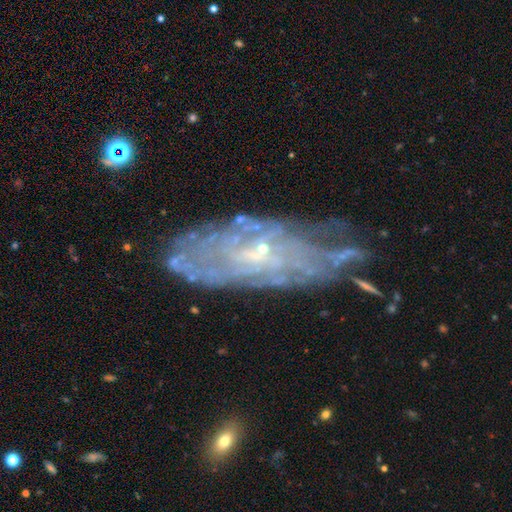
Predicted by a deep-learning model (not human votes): smooth-or-featured: featured or disk: 78% | smooth: 13% | star or artifact: 9%
  disk-edge-on: no: 86% | yes: 14%
    bar: no: 66% | weak: 27% | strong: 7%
    has-spiral-arms: yes: 79% | no: 21%
      spiral-winding: tight: 67% | medium: 24% | loose: 9%
      spiral-arm-count: can't tell: 63% | 2: 9% | more than 4: 9% | 4: 8% | 3: 7% | 1: 5%
    bulge-size: small: 80% | moderate: 14% | none: 4% | large: 1% | dominant: 1%
  merging: none: 66% | minor disturbance: 22% | major disturbance: 9% | merger: 3%